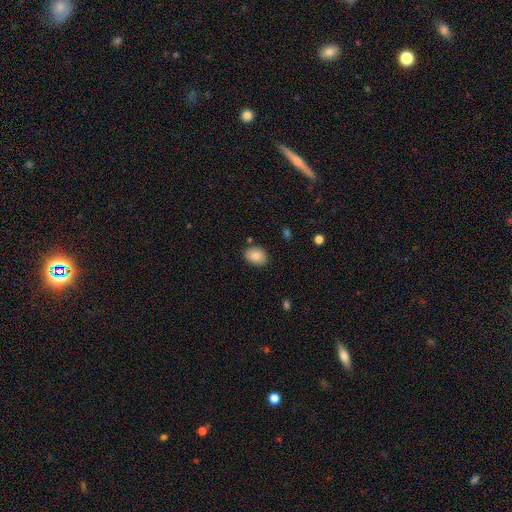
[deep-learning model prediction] This appears to be a smooth galaxy with no disk features (85%) that is in between round and cigar-shaped (63%). Merging: none (84%).